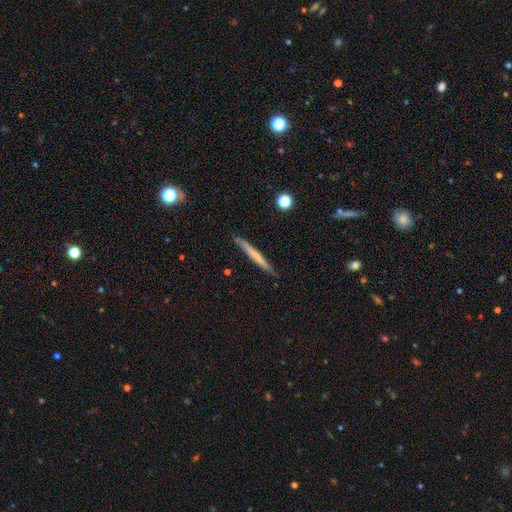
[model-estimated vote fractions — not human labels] smooth_or_featured: smooth (p=0.57) [alt: featured or disk p=0.37]
how_rounded: cigar-shaped (p=0.97) [alt: in between p=0.02]
merging: none (p=0.88) [alt: minor disturbance p=0.09]